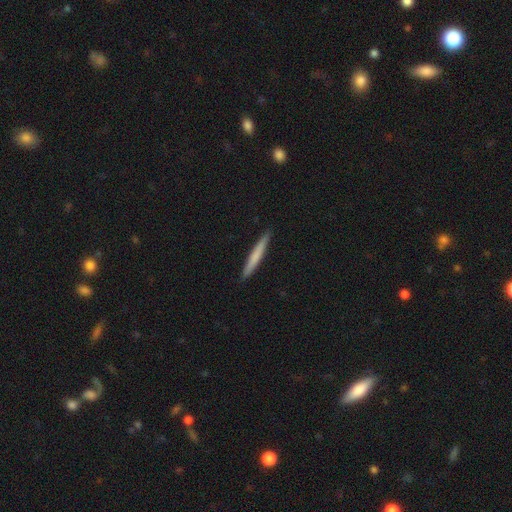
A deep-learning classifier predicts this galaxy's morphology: Overall: smooth (66%; featured or disk 29%). How rounded: cigar-shaped (97%). Merging: none (92%).